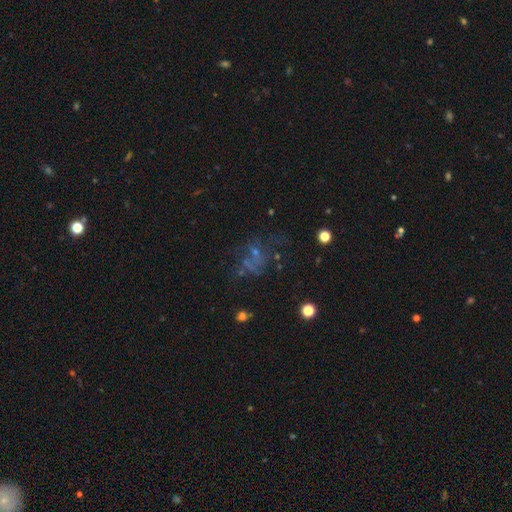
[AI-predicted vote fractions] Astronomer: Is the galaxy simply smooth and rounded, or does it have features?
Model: featured or disk — 39% (runner-up: star or artifact, 32%).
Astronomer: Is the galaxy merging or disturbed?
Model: none — 39% (runner-up: major disturbance, 35%).